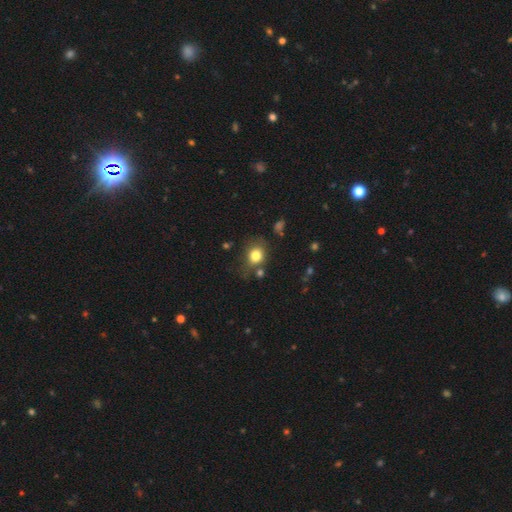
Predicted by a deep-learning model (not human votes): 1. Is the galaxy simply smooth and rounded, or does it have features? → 80% smooth, 11% star or artifact, 9% featured or disk.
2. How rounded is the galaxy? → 66% round, 33% in between, 1% cigar-shaped.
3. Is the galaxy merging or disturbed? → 66% none, 20% minor disturbance, 8% major disturbance, 6% merger.